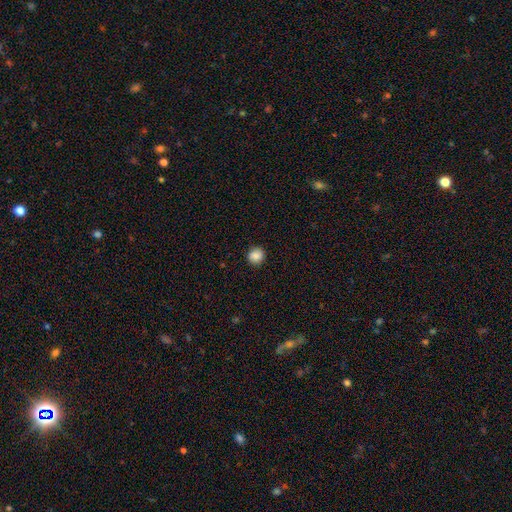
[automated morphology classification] This is clearly a smooth galaxy (87%). How rounded: clearly round (91%). Merging: clearly none (92%).